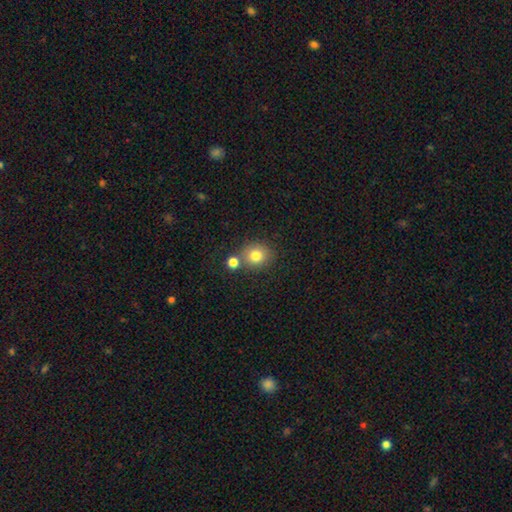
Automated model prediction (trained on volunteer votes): Overall: smooth (80%). How rounded: round (80%). Merging: none (66%).